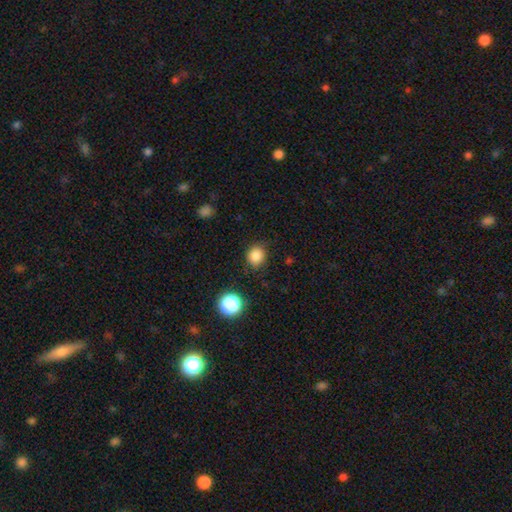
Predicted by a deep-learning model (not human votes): Smooth or featured?
  - smooth: 84% *
  - star or artifact: 12%
  - featured or disk: 4%
How rounded?
  - round: 81% *
  - in between: 18%
  - cigar-shaped: 1%
Merging?
  - none: 84% *
  - minor disturbance: 11%
  - major disturbance: 3%
  - merger: 2%